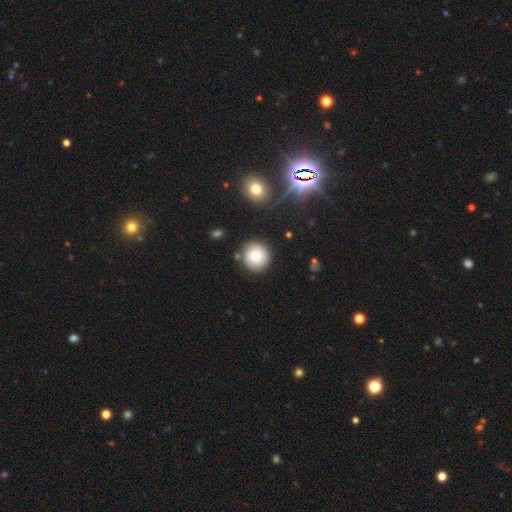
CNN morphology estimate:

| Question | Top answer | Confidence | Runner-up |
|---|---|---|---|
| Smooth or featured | smooth | 75% | featured or disk (15%) |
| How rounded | round | 93% | in between (6%) |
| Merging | none | 84% | minor disturbance (9%) |